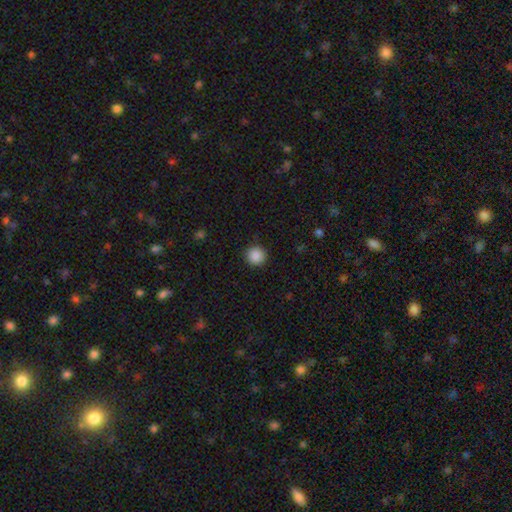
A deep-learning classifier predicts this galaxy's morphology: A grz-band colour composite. It shows a smooth galaxy with no disk features (88%) that is round (94%). Merging: none (91%).